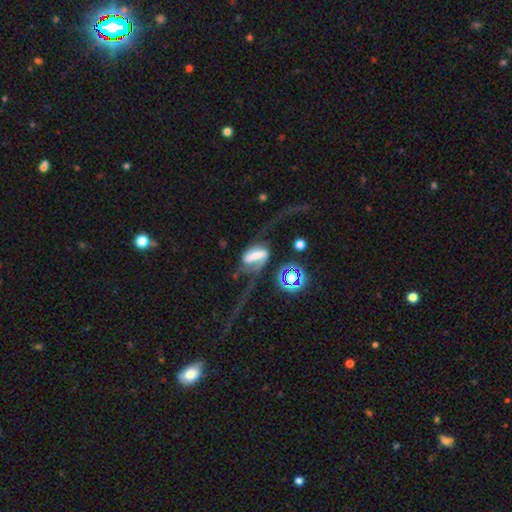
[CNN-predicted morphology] type=featured or disk (76%); edge-on=no (94%); bar=strong (62%); spiral arms=yes (91%); winding=loose (79%); arm count=2 (89%); bulge=moderate (27%); merging=major disturbance (42%).